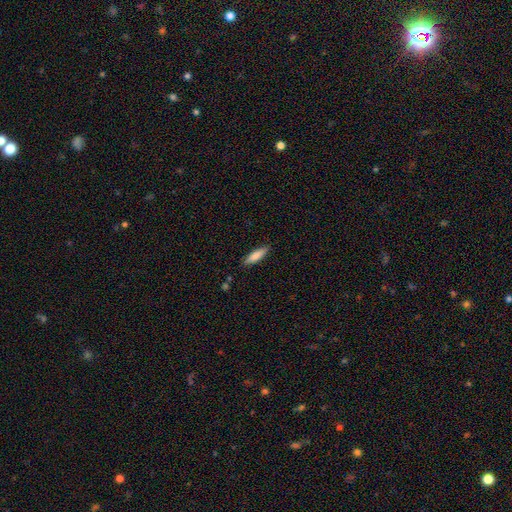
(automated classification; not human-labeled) Q: Smooth or featured?
A: smooth (78%); runner-up: featured or disk (16%)
Q: How rounded?
A: cigar-shaped (67%); runner-up: in between (31%)
Q: Merging?
A: none (86%); runner-up: minor disturbance (10%)